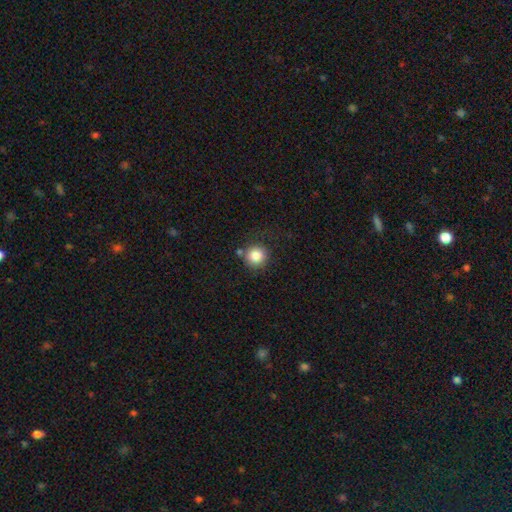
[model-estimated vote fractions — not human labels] This is clearly a smooth galaxy (84%). How rounded: clearly round (93%). Merging: likely none (76%).